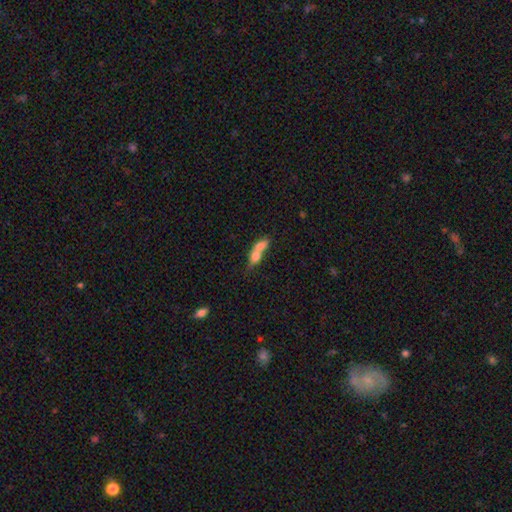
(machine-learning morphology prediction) type=smooth (67%); roundness=in between (59%); merging=merger (72%).